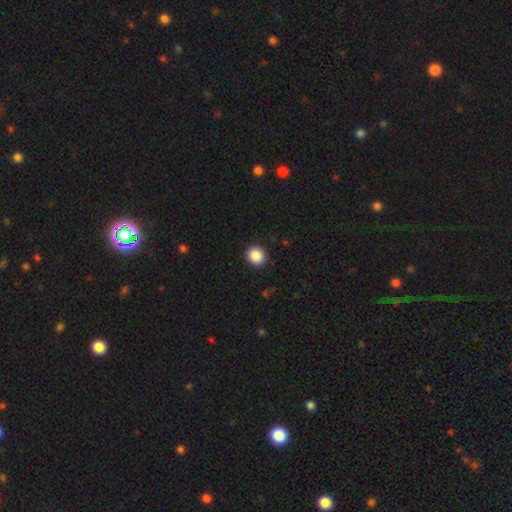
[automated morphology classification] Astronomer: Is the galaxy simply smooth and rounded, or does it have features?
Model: smooth — 88%.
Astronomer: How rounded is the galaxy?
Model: round — 85%.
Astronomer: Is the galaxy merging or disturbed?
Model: none — 91%.